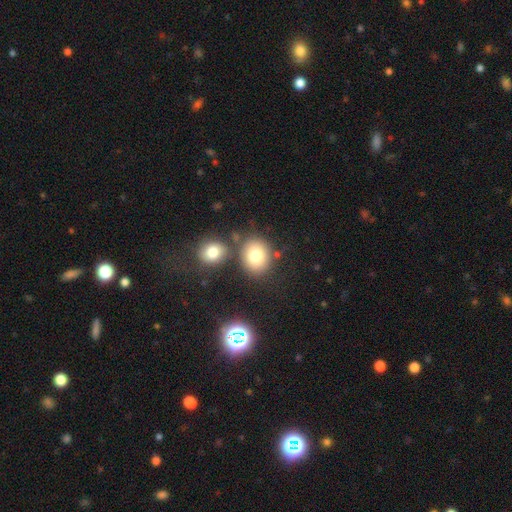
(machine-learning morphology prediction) This appears to be a smooth galaxy with no disk features (78%) that is round (67%). Merging: none (72%).